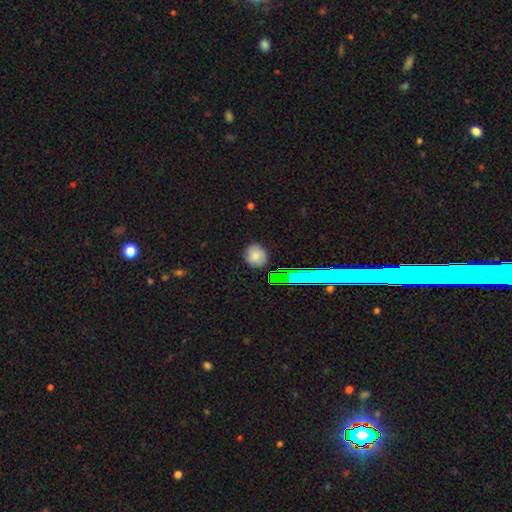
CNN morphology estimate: The model was most divided on "smooth or featured": smooth: 77%, star or artifact: 14%, featured or disk: 9%. More confident: merging — none (84%); how rounded — round (82%).